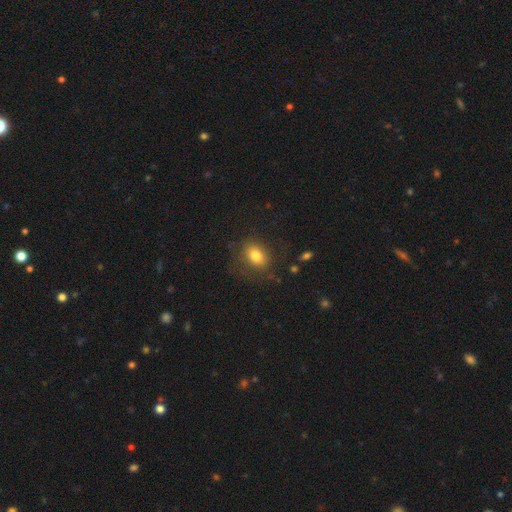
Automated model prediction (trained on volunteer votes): A smooth galaxy with no disk features (79%) that is in between round and cigar-shaped (70%). Merging: none (72%).